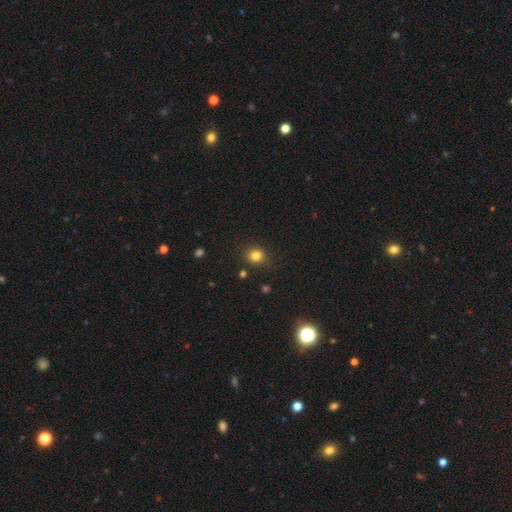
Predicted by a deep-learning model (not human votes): Smooth or featured? smooth (81%)
How rounded? round (82%)
Merging? none (85%)